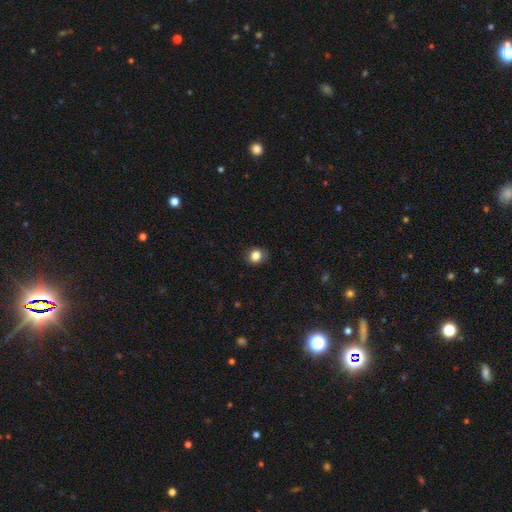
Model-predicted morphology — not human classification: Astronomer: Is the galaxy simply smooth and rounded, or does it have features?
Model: smooth — 84%.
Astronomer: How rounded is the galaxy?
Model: round — 72%.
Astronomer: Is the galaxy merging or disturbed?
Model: none — 81%.